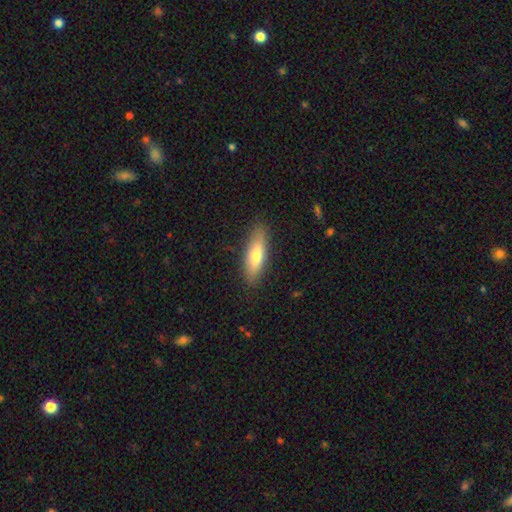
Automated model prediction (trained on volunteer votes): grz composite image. It shows a smooth galaxy with no disk features (68%) that is cigar-shaped (52%). Merging: none (87%).